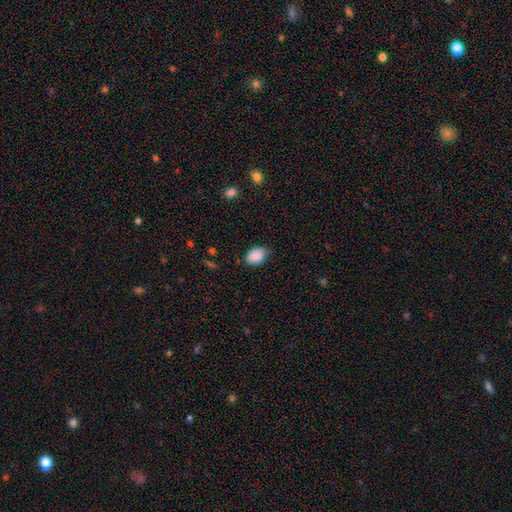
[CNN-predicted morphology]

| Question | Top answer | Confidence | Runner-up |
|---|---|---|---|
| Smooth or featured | smooth | 88% | star or artifact (8%) |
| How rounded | in between | 72% | round (27%) |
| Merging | none | 70% | minor disturbance (25%) |